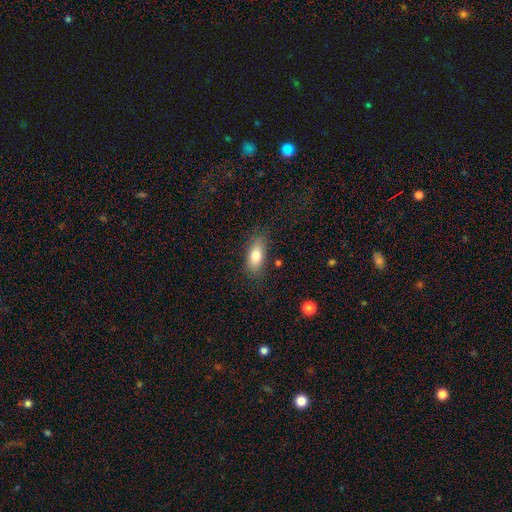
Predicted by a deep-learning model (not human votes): Smooth or featured?
  - smooth: 79% *
  - featured or disk: 14%
  - star or artifact: 8%
How rounded?
  - in between: 84% *
  - cigar-shaped: 12%
  - round: 4%
Merging?
  - none: 76% *
  - minor disturbance: 18%
  - major disturbance: 5%
  - merger: 2%